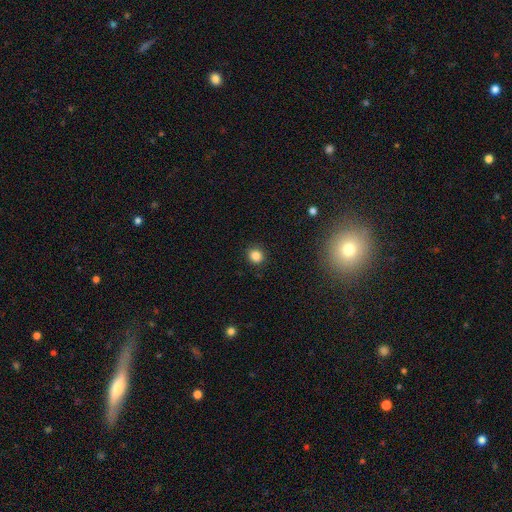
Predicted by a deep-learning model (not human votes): This appears to be a smooth galaxy with no disk features (84%) that is round (85%). Merging: none (90%).